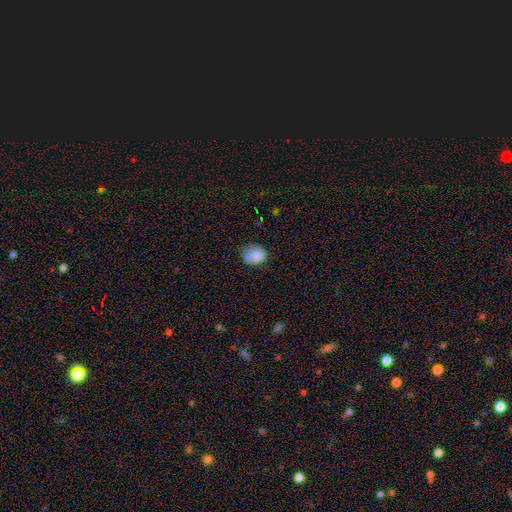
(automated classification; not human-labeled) Overall: smooth (76%). How rounded: round (59%; in between 40%). Merging: none (54%; minor disturbance 28%).